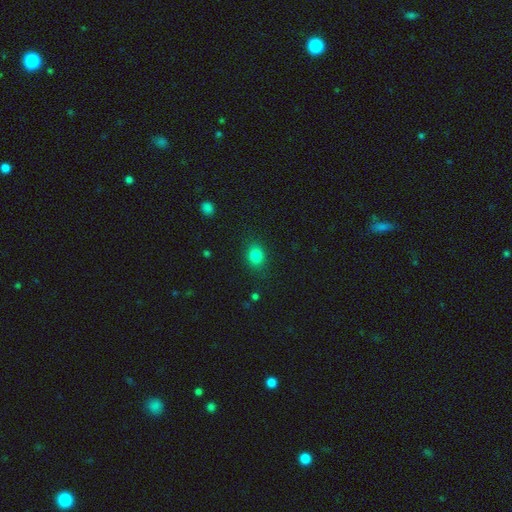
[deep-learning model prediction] Smooth or featured? Predicted: smooth (p=0.82). How rounded? Predicted: round (p=0.50). Merging? Predicted: none (p=0.84).